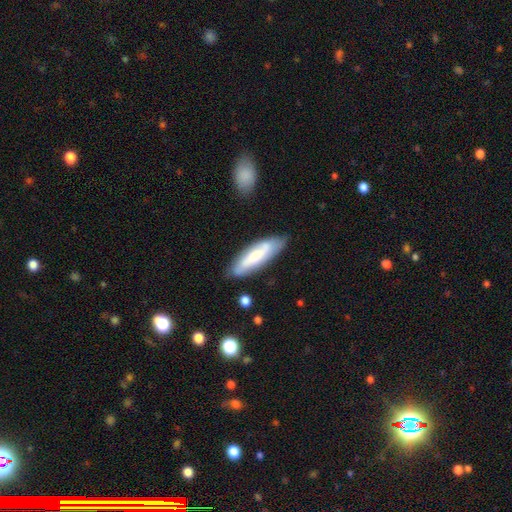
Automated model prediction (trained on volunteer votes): Smooth or featured? smooth (54%)
How rounded? cigar-shaped (55%)
Merging? none (77%)